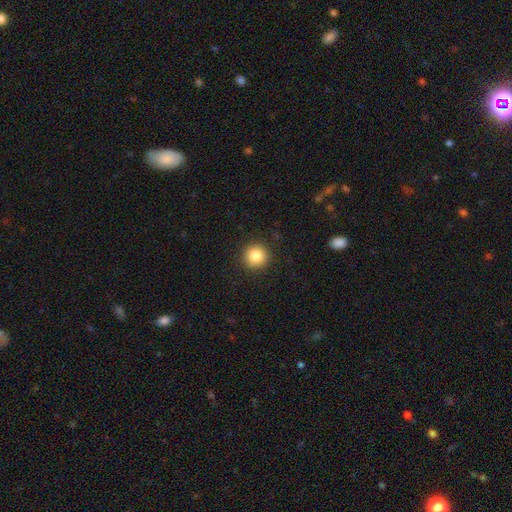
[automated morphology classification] The model was most divided on "smooth or featured": smooth: 85%, star or artifact: 10%, featured or disk: 5%. More confident: how rounded — round (94%); merging — none (92%).